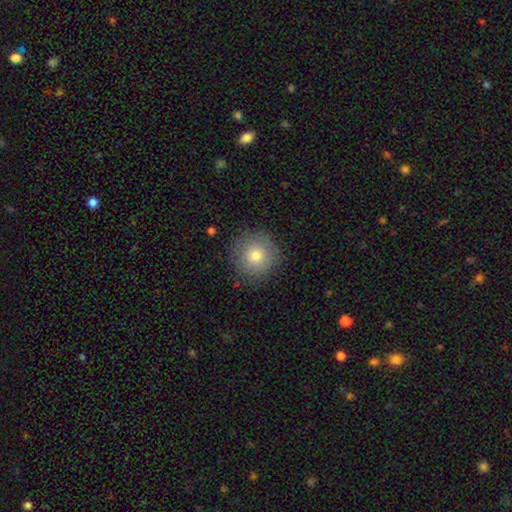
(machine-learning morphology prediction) Smooth or featured? Predicted: smooth (p=0.78). How rounded? Predicted: round (p=0.95). Merging? Predicted: none (p=0.86).